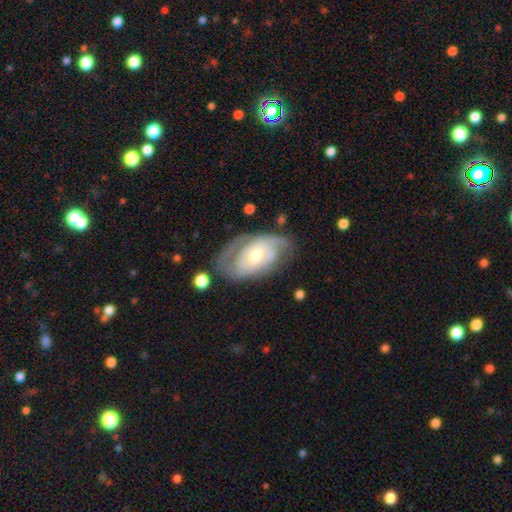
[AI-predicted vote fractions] Smooth or featured? Predicted: featured or disk (p=0.80). Edge-on disk? Predicted: no (p=0.95). Bar? Predicted: no (p=0.61). Spiral arms? Predicted: yes (p=0.89). Spiral winding? Predicted: tight (p=0.52). Spiral arm count? Predicted: 2 (p=0.50). Bulge size? Predicted: moderate (p=0.60). Merging? Predicted: none (p=0.67).